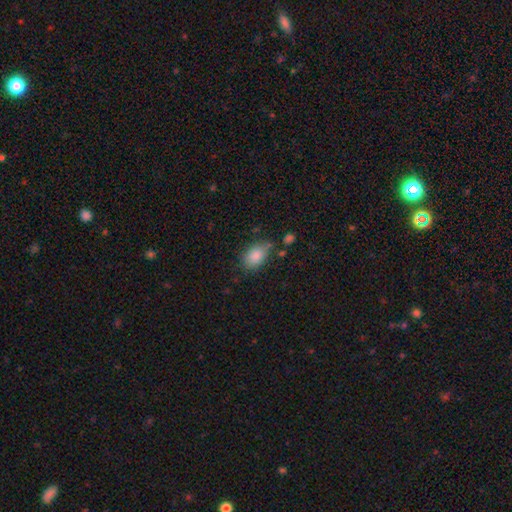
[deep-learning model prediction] Overall: smooth (86%). How rounded: in between (83%). Merging: none (68%).